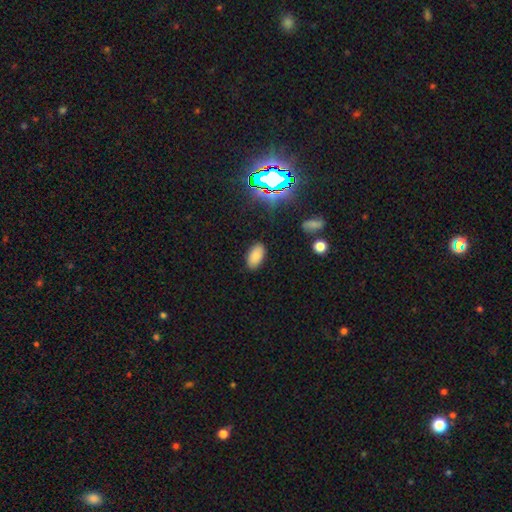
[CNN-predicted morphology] A smooth galaxy with no disk features (80%) that is in between round and cigar-shaped (94%).

Vote fractions:
- Smooth or featured? smooth: 80% / star or artifact: 14% / featured or disk: 6%
- How rounded? in between: 94% / round: 4% / cigar-shaped: 2%
- Merging? none: 87% / minor disturbance: 10% / major disturbance: 3% / merger: 1%